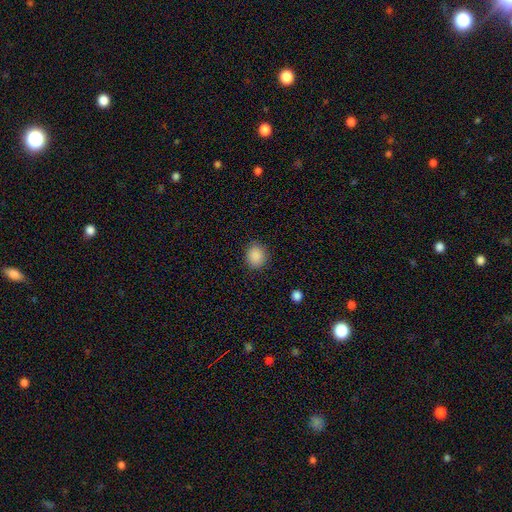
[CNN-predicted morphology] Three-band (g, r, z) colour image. It shows a smooth galaxy with no disk features (88%) that is round (74%). Merging: none (88%).